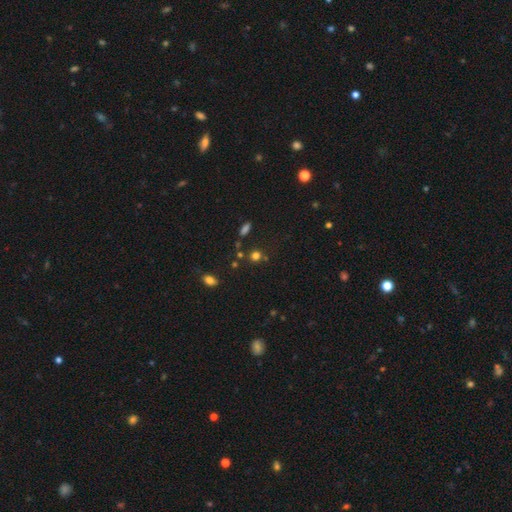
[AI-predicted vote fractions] Smooth or featured: smooth — 71% (star or artifact — 22%)
How rounded: round — 83% (in between — 15%)
Merging: none — 73% (merger — 13%)